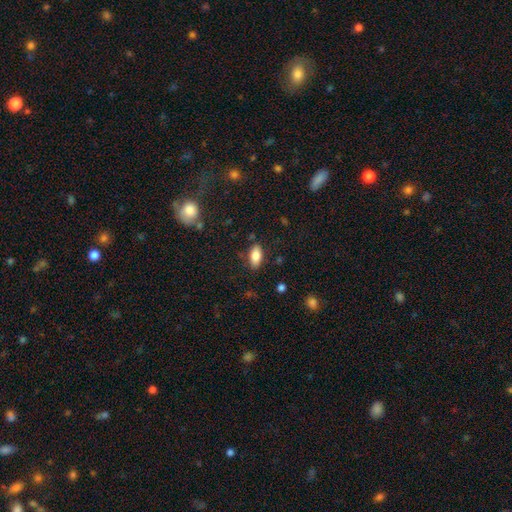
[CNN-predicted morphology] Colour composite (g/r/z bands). It shows a smooth galaxy with no disk features (83%) that is in between round and cigar-shaped (90%). Merging: none (83%).